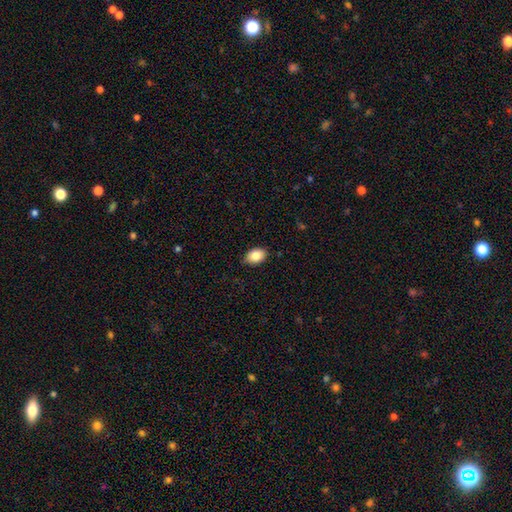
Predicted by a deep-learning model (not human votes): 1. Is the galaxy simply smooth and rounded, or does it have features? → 85% smooth, 8% featured or disk, 8% star or artifact.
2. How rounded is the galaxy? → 84% in between, 15% round, 1% cigar-shaped.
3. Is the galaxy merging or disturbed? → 85% none, 12% minor disturbance, 2% major disturbance, 1% merger.